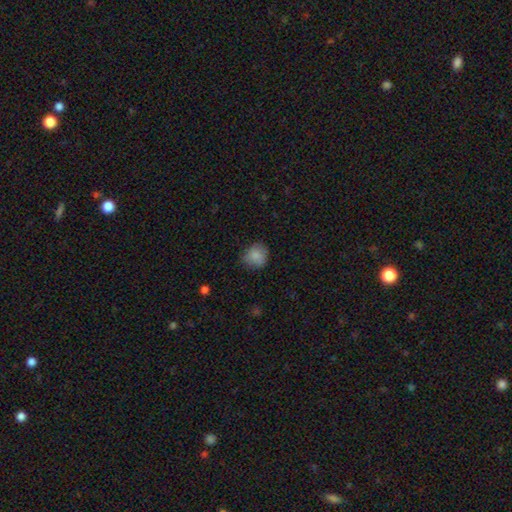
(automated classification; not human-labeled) Smooth or featured? smooth (85%)
How rounded? round (78%)
Merging? none (72%)